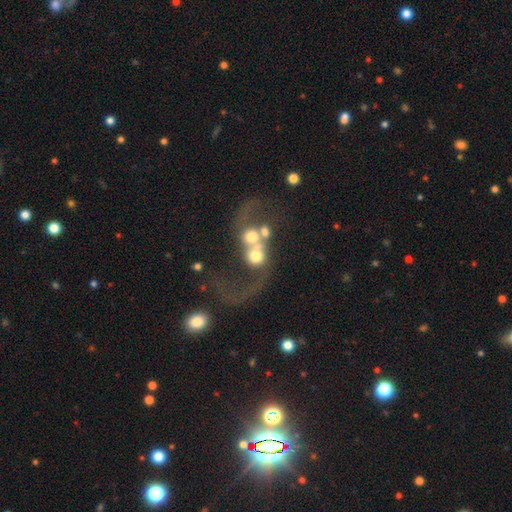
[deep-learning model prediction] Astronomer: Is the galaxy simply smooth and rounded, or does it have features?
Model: smooth — 43% (runner-up: featured or disk, 42%).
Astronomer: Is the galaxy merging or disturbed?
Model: merger — 66%.